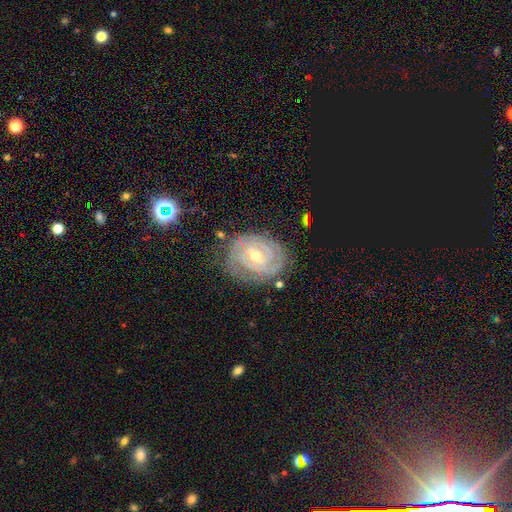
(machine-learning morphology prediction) type=featured or disk (89%); edge-on=no (97%); bar=weak (45%); spiral arms=yes (98%); winding=tight (83%); arm count=2 (49%); bulge=small (49%, tied with moderate); merging=none (78%).